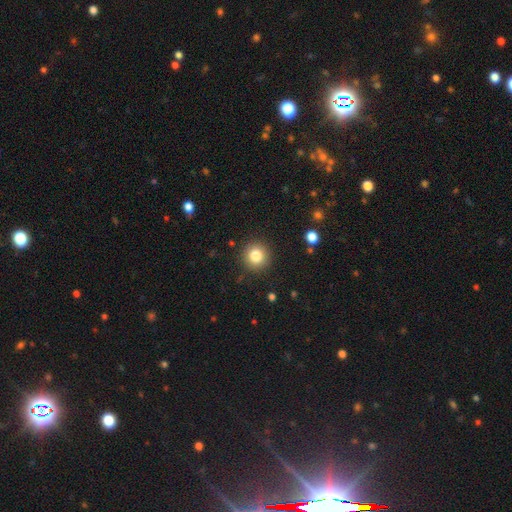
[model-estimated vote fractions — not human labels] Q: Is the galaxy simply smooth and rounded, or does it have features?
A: smooth — 82%.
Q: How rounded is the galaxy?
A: round — 93%.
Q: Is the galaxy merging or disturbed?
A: none — 90%.